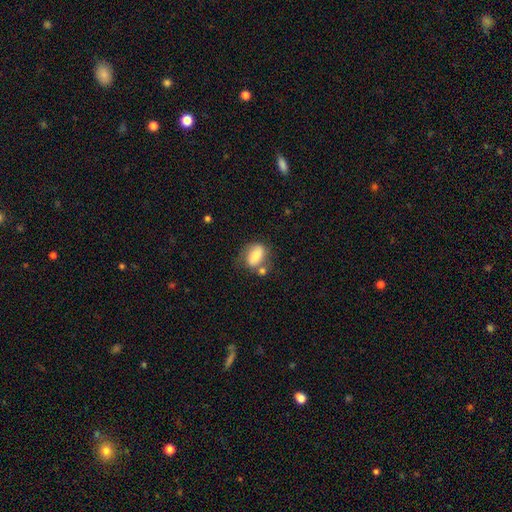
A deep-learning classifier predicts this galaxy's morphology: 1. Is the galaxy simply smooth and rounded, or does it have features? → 70% smooth, 22% featured or disk, 8% star or artifact.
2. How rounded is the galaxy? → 82% in between, 14% round, 4% cigar-shaped.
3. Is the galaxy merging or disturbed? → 46% none, 23% minor disturbance, 21% merger, 10% major disturbance.